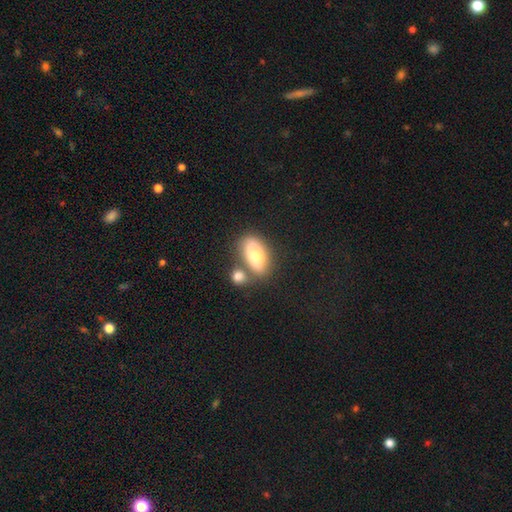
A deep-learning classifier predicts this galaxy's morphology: The model was most divided on "merging": none: 50%, merger: 30%, minor disturbance: 15%, major disturbance: 6%. More confident: how rounded — in between (88%); smooth or featured — smooth (65%).